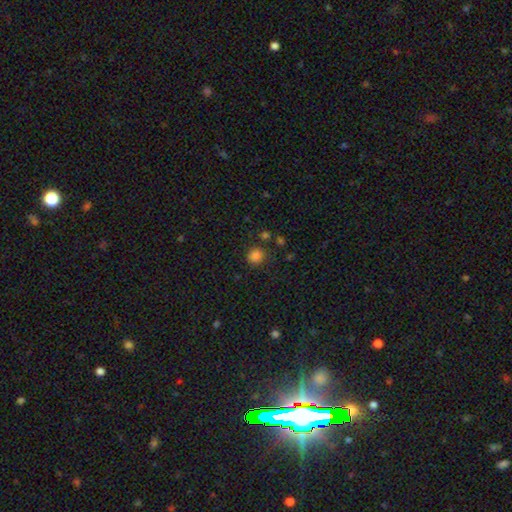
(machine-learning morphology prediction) Smooth or featured? smooth (82%)
How rounded? round (78%)
Merging? none (80%)